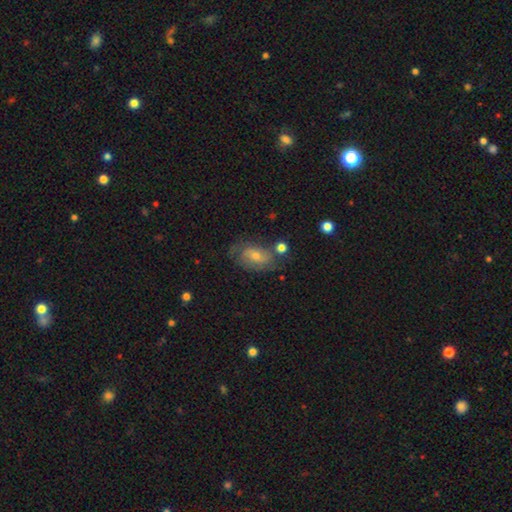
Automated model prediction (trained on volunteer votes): Smooth or featured? featured or disk (53%)
Edge-on disk? no (94%)
Merging? none (62%)